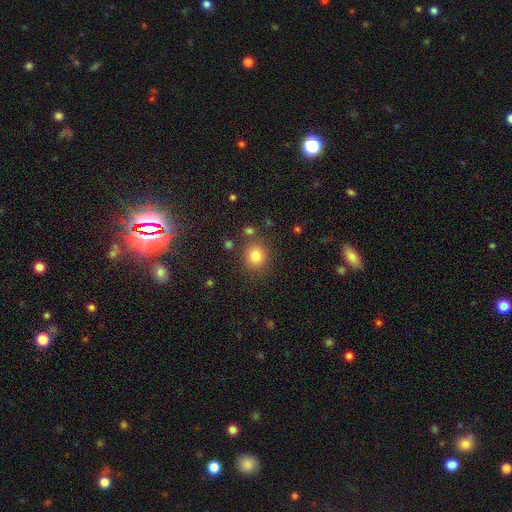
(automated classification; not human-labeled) This appears to be a smooth galaxy with no disk features (82%) that is round (85%). Merging: none (82%).